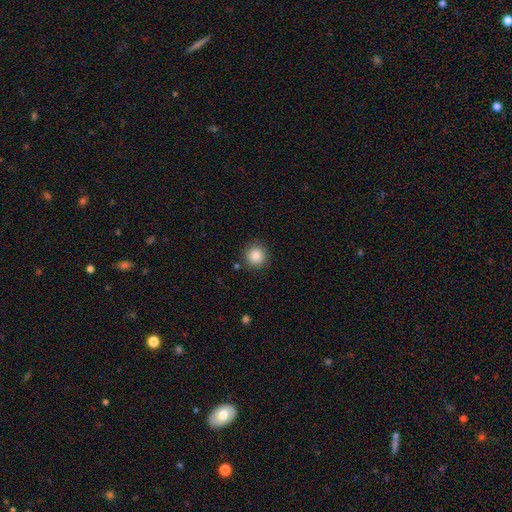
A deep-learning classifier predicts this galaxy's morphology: smooth_or_featured: smooth (p=0.86) [alt: star or artifact p=0.10]
how_rounded: round (p=0.94) [alt: in between p=0.05]
merging: none (p=0.89) [alt: minor disturbance p=0.07]